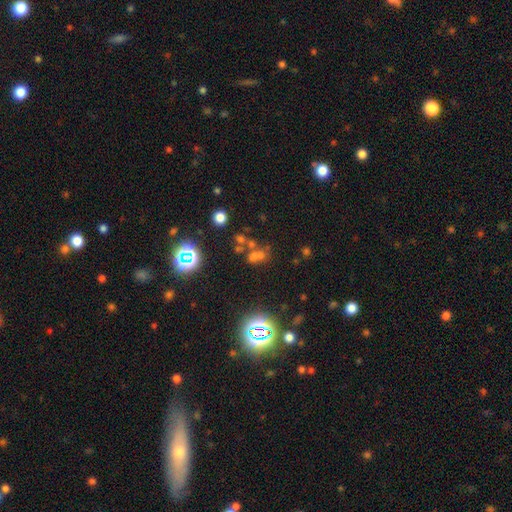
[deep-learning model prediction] smooth_or_featured: star or artifact (p=0.43) [alt: smooth p=0.40]